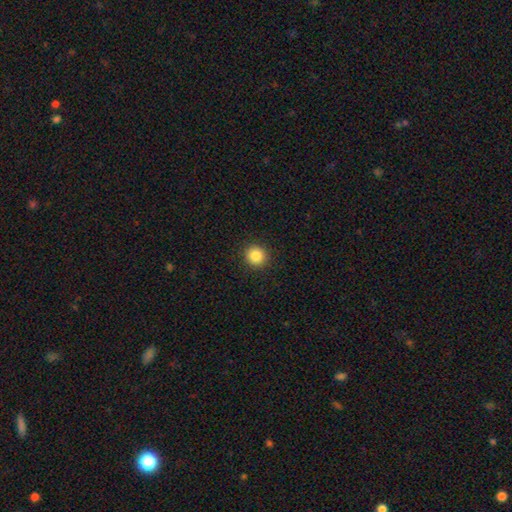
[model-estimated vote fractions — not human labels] A smooth galaxy with no disk features (85%) that is round (94%).

Vote fractions:
- Smooth or featured? smooth: 85% / star or artifact: 10% / featured or disk: 4%
- How rounded? round: 94% / in between: 6% / cigar-shaped: 1%
- Merging? none: 93% / minor disturbance: 5% / major disturbance: 2% / merger: 1%